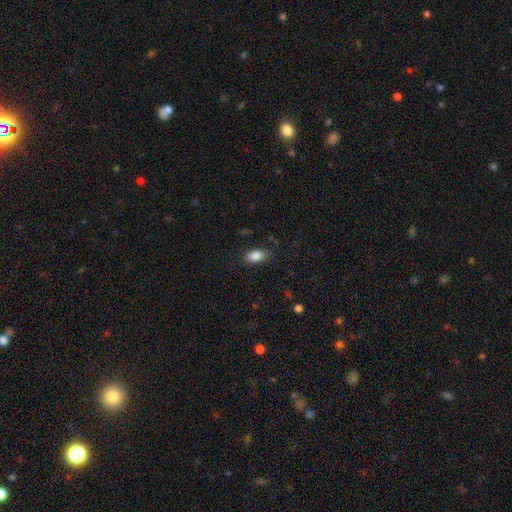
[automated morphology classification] The model was most divided on "merging": none: 82%, minor disturbance: 13%, major disturbance: 4%, merger: 1%. More confident: how rounded — in between (90%); smooth or featured — smooth (85%).